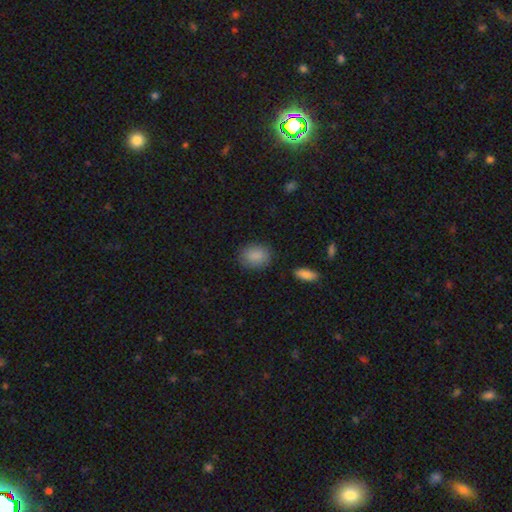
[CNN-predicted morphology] A smooth galaxy with no disk features (88%) that is in between round and cigar-shaped (56%).

Vote fractions:
- Smooth or featured? smooth: 88% / star or artifact: 7% / featured or disk: 5%
- How rounded? in between: 56% / round: 43% / cigar-shaped: 1%
- Merging? none: 82% / minor disturbance: 12% / major disturbance: 3% / merger: 2%